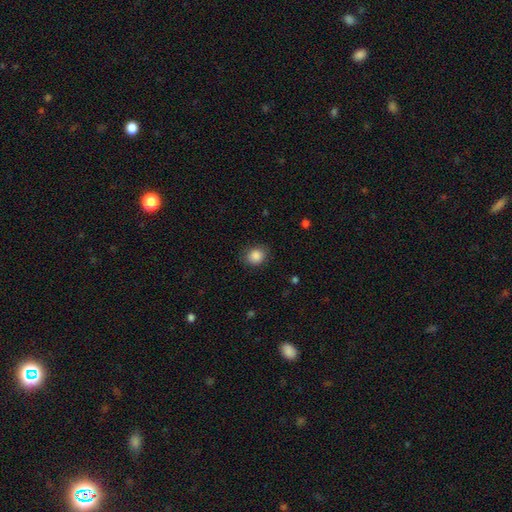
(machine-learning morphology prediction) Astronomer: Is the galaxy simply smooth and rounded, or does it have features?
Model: smooth — 87%.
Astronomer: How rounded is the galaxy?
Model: round — 65%.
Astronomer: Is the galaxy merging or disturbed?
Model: none — 83%.